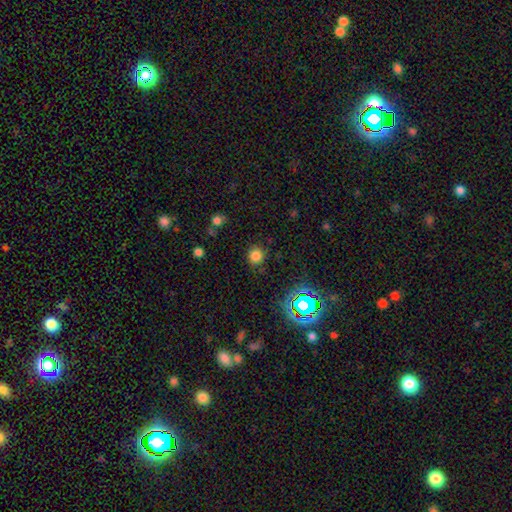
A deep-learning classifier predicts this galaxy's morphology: Smooth or featured: smooth — 77% (star or artifact — 18%)
How rounded: round — 91% (in between — 8%)
Merging: none — 86% (minor disturbance — 9%)